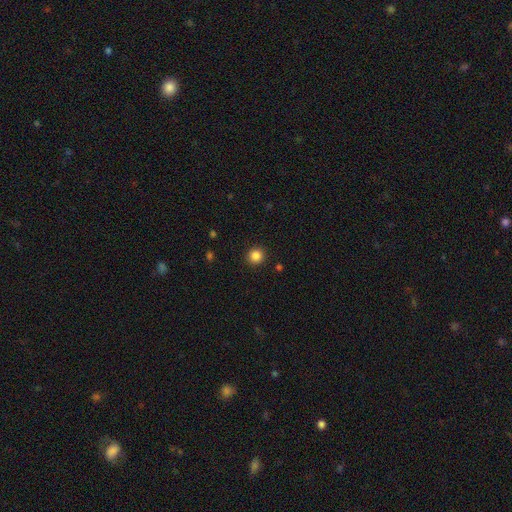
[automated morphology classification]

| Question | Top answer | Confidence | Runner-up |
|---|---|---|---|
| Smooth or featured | smooth | 85% | star or artifact (11%) |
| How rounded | round | 93% | in between (6%) |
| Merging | none | 92% | minor disturbance (5%) |